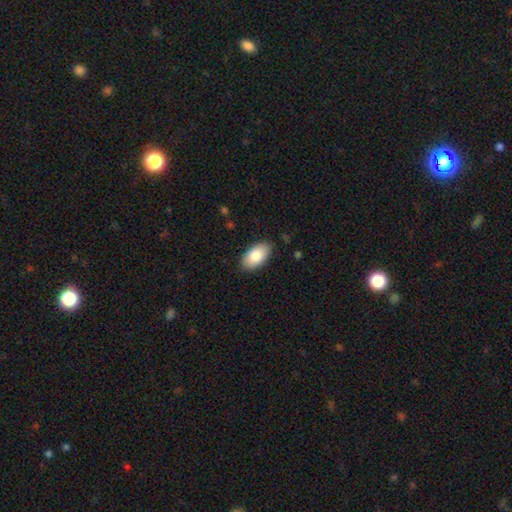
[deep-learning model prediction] Morphology: type=smooth (85%); roundness=in between (95%); merging=none (85%).